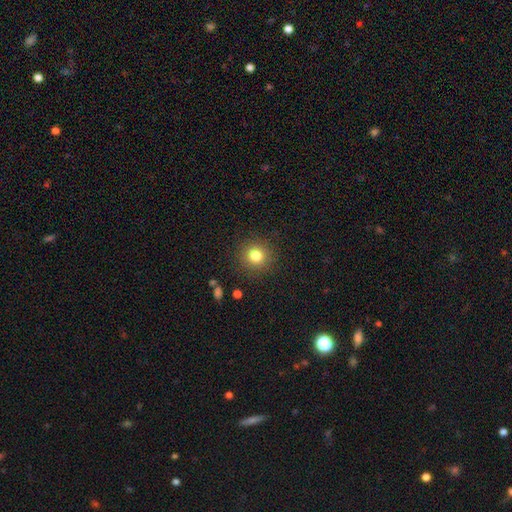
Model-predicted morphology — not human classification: This is clearly a smooth galaxy (81%). How rounded: clearly round (92%). Merging: clearly none (89%).